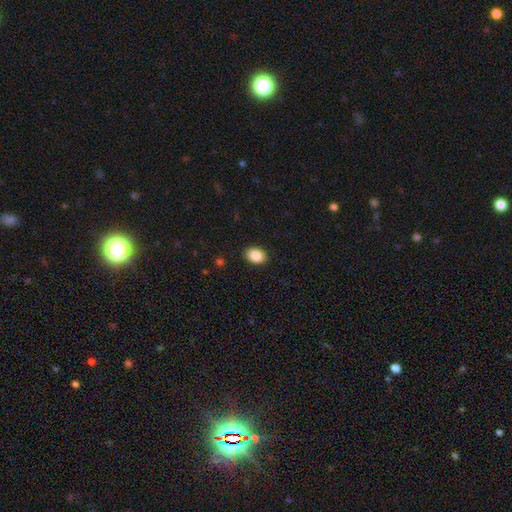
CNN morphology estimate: Q: Smooth or featured?
A: smooth (88%); runner-up: star or artifact (8%)
Q: How rounded?
A: in between (77%); runner-up: round (22%)
Q: Merging?
A: none (90%); runner-up: minor disturbance (7%)